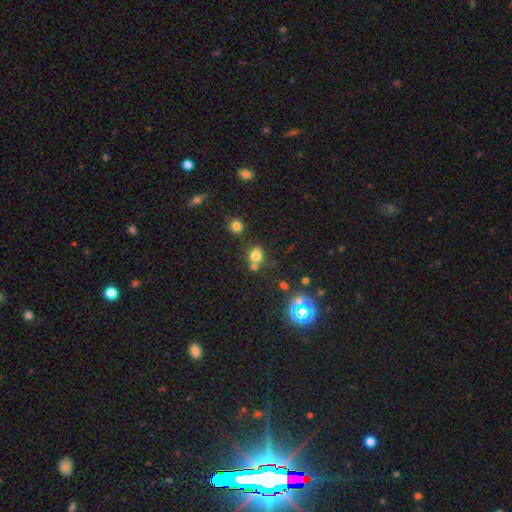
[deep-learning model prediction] Smooth or featured?
  - smooth: 70% *
  - star or artifact: 22%
  - featured or disk: 8%
How rounded?
  - round: 54% *
  - in between: 45%
  - cigar-shaped: 2%
Merging?
  - none: 55% *
  - merger: 25%
  - minor disturbance: 14%
  - major disturbance: 6%